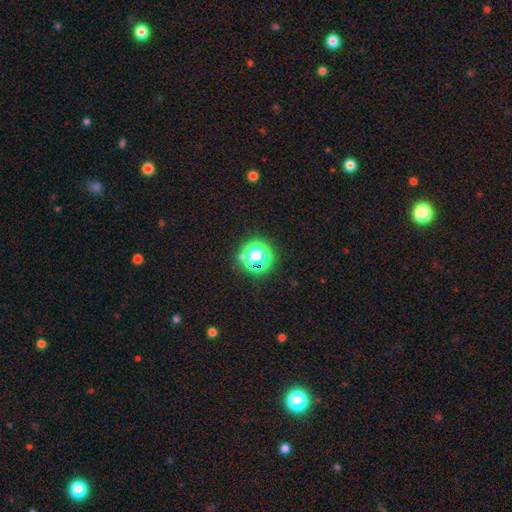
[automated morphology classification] Smooth or featured? star or artifact (49%)